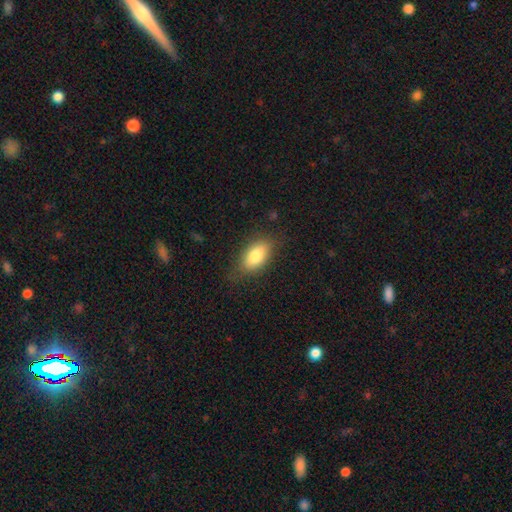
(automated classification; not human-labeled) Overall: smooth (80%). How rounded: in between (89%). Merging: none (77%).